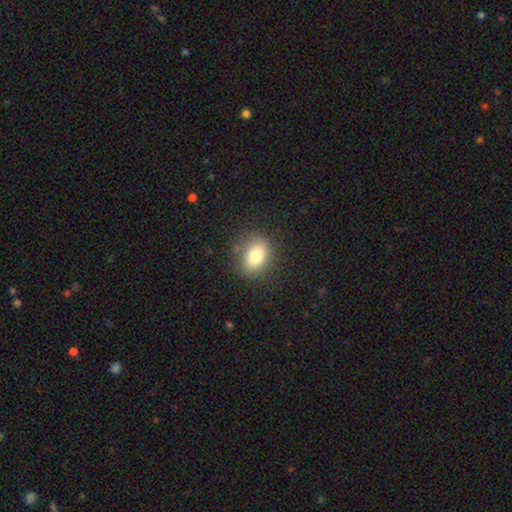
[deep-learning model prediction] Overall: smooth (81%). How rounded: in between (65%; round 33%). Merging: none (81%).